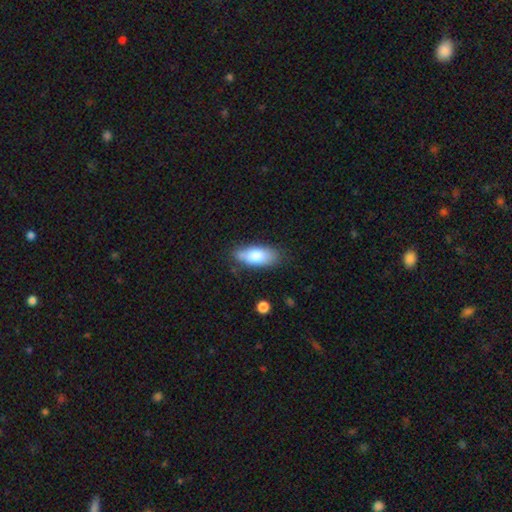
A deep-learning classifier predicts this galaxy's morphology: type=smooth (81%); roundness=in between (84%); merging=none (72%).